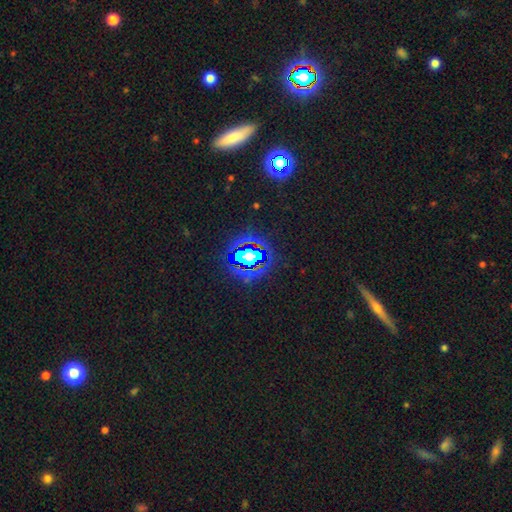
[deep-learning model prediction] This appears to be a star or artifact, not a galaxy (73%).